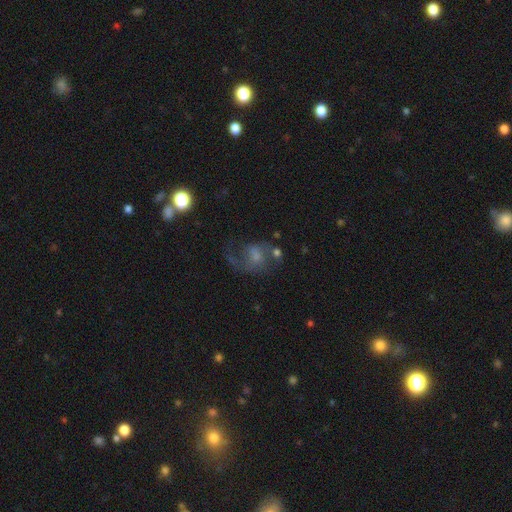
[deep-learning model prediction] A featured or disk galaxy (59%) with no bar (55%), spiral arms (76%) and a small central bulge (39%).

Vote fractions:
- Smooth or featured? featured or disk: 59% / smooth: 30% / star or artifact: 12%
- Edge-on disk? no: 97% / yes: 3%
- Bar? no: 55% / weak: 37% / strong: 8%
- Spiral arms? yes: 76% / no: 24%
- Bulge size? small: 39% / moderate: 34% / none: 18% / large: 7% / dominant: 2%
- Merging? none: 37% / major disturbance: 35% / minor disturbance: 19% / merger: 9%